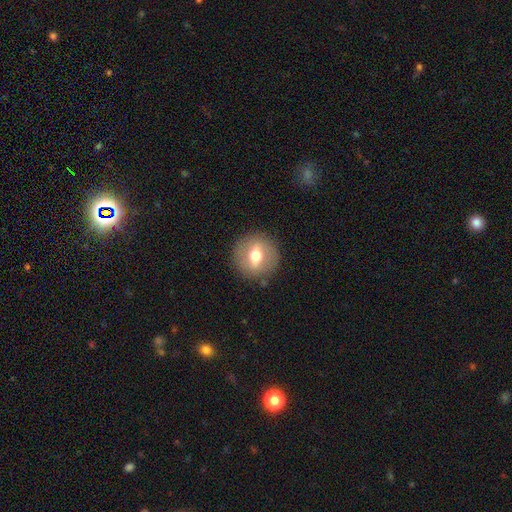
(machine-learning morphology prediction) type=smooth (55%); roundness=round (88%); merging=none (87%).